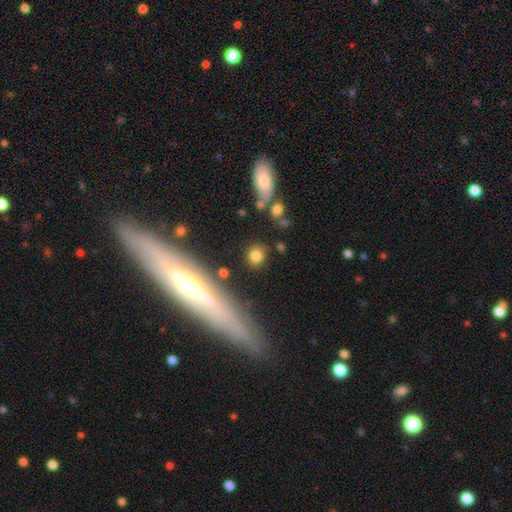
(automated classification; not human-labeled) smooth_or_featured: smooth (p=0.80) [alt: star or artifact p=0.11]
how_rounded: round (p=0.73) [alt: in between p=0.24]
merging: none (p=0.80) [alt: minor disturbance p=0.10]